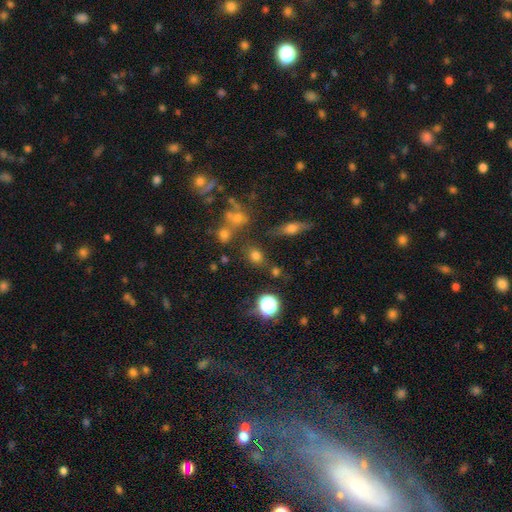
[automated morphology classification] smooth 73%, star or artifact 19%, featured or disk 8%. Down the decision tree: how rounded — round (56%); merging — none (73%).